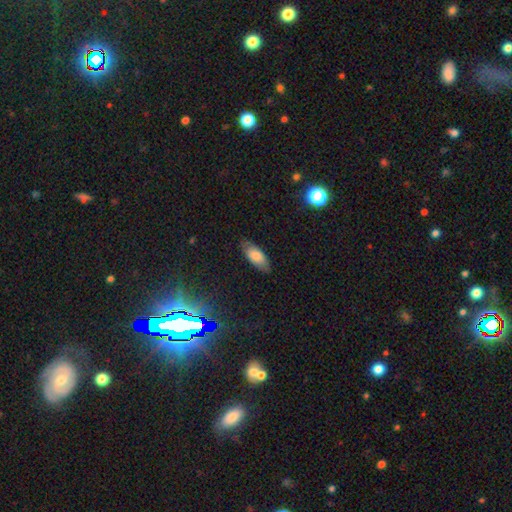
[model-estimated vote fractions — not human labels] This appears to be a smooth galaxy with no disk features (76%) that is in between round and cigar-shaped (83%). Merging: none (83%).